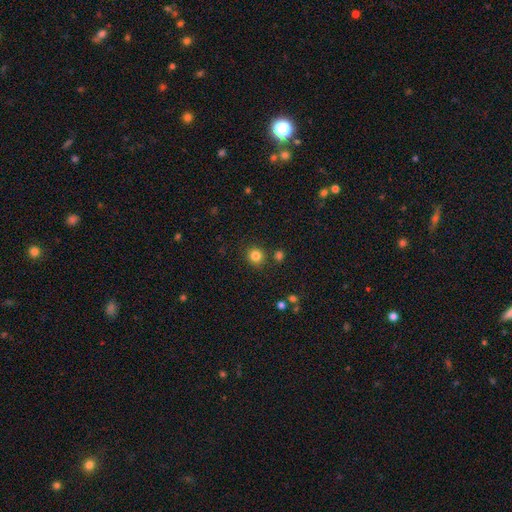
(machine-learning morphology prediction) Smooth or featured? smooth (83%)
How rounded? round (90%)
Merging? none (85%)